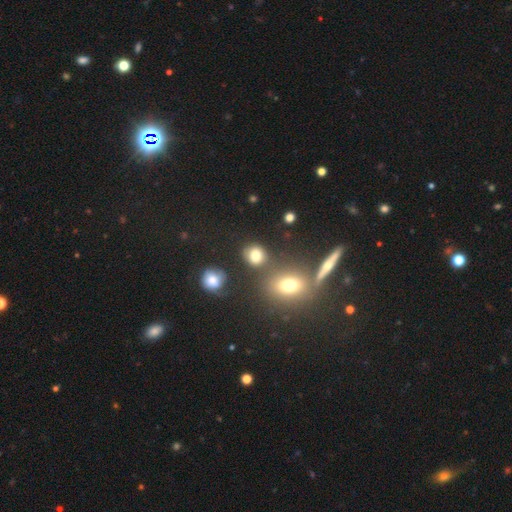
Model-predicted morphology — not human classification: This appears to be a smooth galaxy with no disk features (77%) that is round (66%). Merging: none (68%).